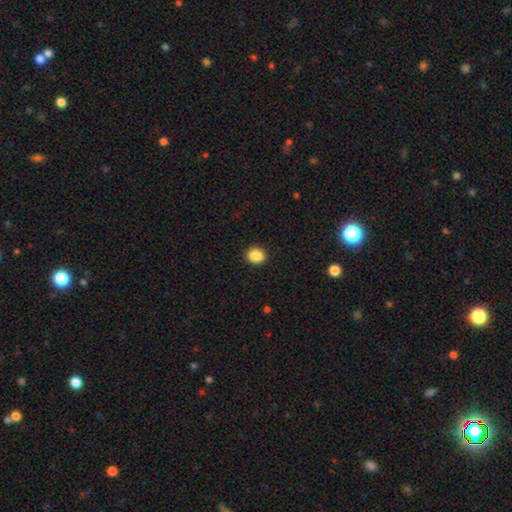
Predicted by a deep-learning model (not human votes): Morphology: type=smooth (88%); roundness=round (64%); merging=none (89%).